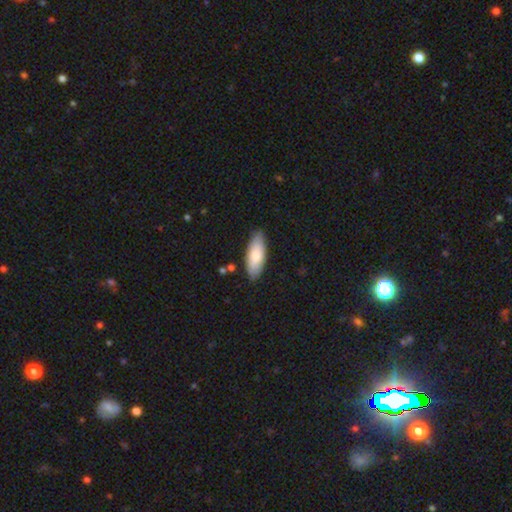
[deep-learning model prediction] Overall: smooth (80%). How rounded: in between (75%). Merging: none (83%).